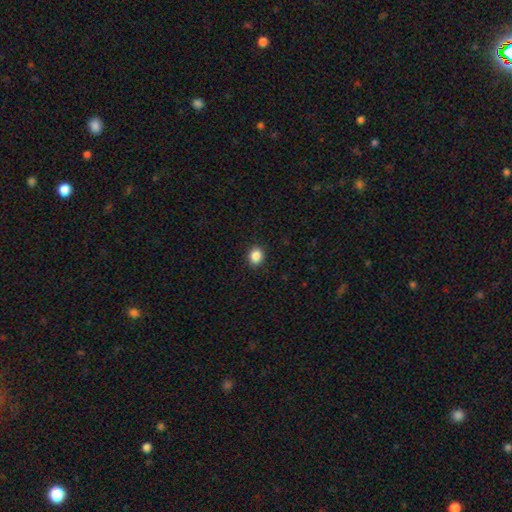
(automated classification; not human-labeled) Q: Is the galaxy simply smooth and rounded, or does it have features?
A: smooth — 87%.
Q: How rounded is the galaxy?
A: round — 63%.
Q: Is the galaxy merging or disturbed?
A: none — 90%.